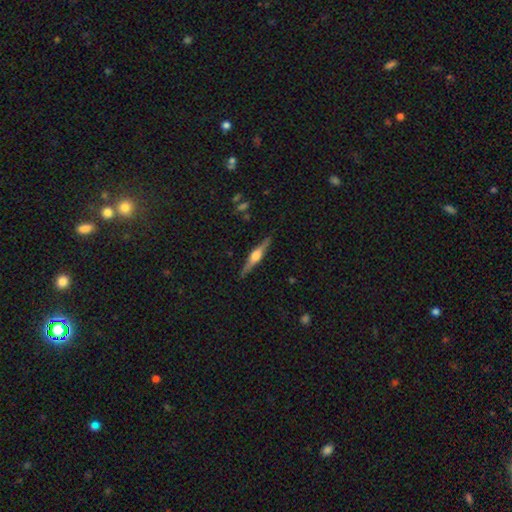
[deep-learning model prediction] A featured or disk galaxy (77%) viewed edge-on (98%) with a rounded central bulge (89%).

Vote fractions:
- Smooth or featured? featured or disk: 77% / smooth: 17% / star or artifact: 6%
- Edge-on disk? yes: 98% / no: 2%
- Edge-on bulge? rounded: 89% / boxy: 9% / none: 2%
- Merging? none: 89% / minor disturbance: 8% / major disturbance: 2% / merger: 1%